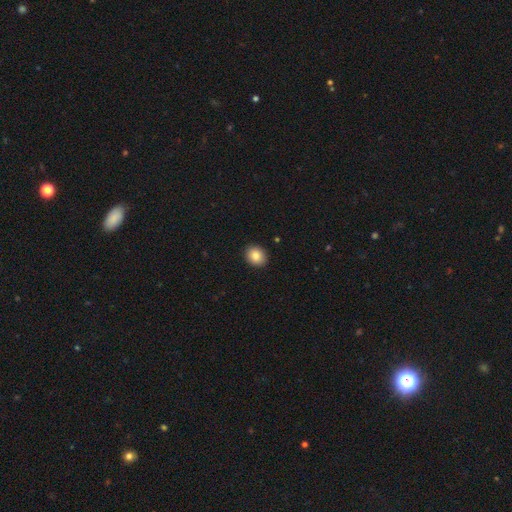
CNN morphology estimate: The model was most divided on "how rounded": round: 61%, in between: 38%, cigar-shaped: 1%. More confident: merging — none (91%); smooth or featured — smooth (86%).